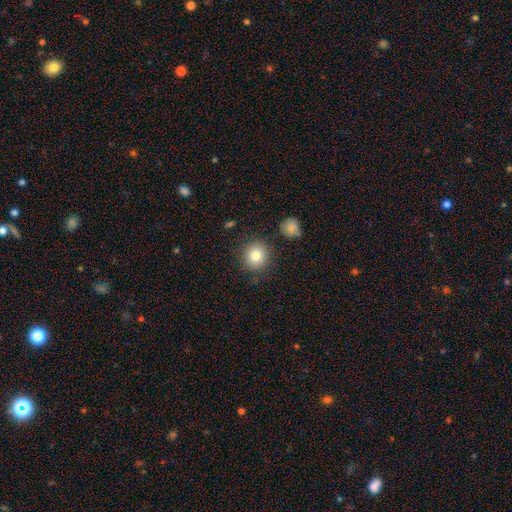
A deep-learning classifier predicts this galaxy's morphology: Q: Smooth or featured?
A: smooth (81%); runner-up: star or artifact (11%)
Q: How rounded?
A: round (92%); runner-up: in between (7%)
Q: Merging?
A: none (86%); runner-up: minor disturbance (9%)